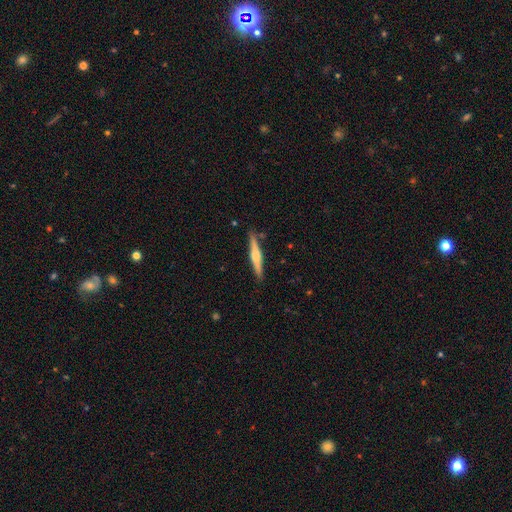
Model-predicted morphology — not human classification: featured or disk 61%, smooth 34%, star or artifact 5%. Down the decision tree: edge-on disk — yes (97%); edge-on bulge — rounded (88%); merging — none (87%).